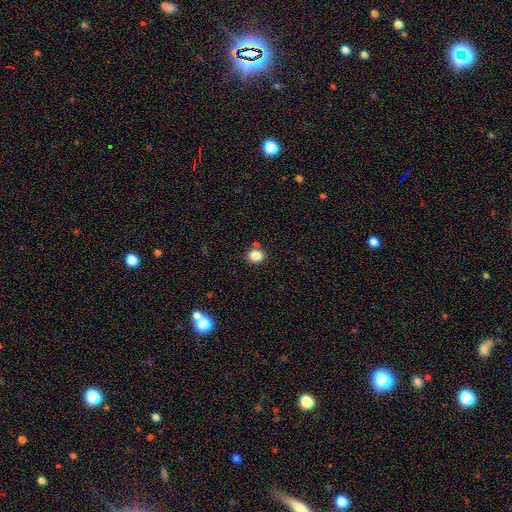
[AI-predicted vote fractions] A smooth galaxy with no disk features (84%) that is round (69%).

Vote fractions:
- Smooth or featured? smooth: 84% / star or artifact: 11% / featured or disk: 5%
- How rounded? round: 69% / in between: 30% / cigar-shaped: 1%
- Merging? none: 83% / minor disturbance: 8% / merger: 6% / major disturbance: 2%